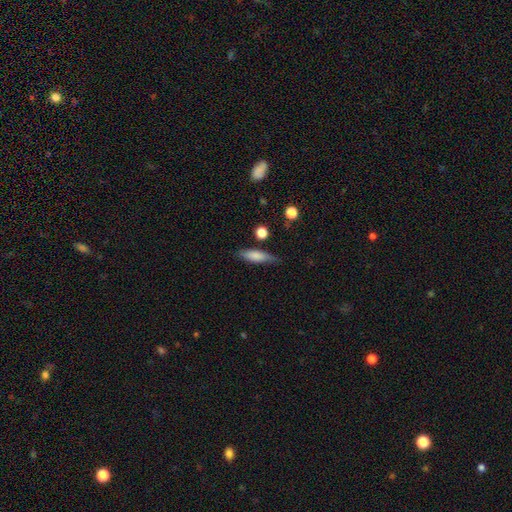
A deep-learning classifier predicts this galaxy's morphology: Smooth or featured: smooth — 77% (featured or disk — 16%)
How rounded: cigar-shaped — 59% (in between — 38%)
Merging: none — 74% (minor disturbance — 19%)